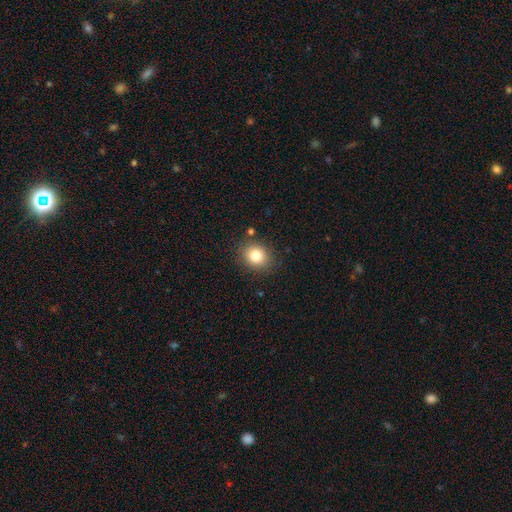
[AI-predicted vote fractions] This appears to be a smooth galaxy with no disk features (81%) that is round (68%). Merging: none (85%).